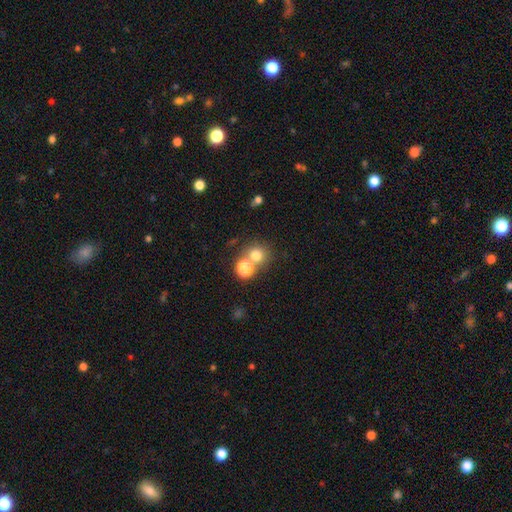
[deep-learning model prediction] smooth_or_featured: smooth (p=0.75) [alt: star or artifact p=0.16]
how_rounded: round (p=0.88) [alt: in between p=0.12]
merging: none (p=0.58) [alt: merger p=0.31]